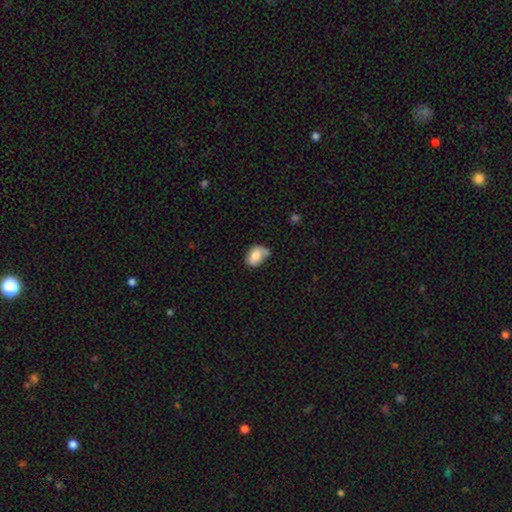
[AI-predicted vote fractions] Q: Smooth or featured?
A: smooth (78%); runner-up: featured or disk (15%)
Q: How rounded?
A: in between (80%); runner-up: round (19%)
Q: Merging?
A: none (43%); runner-up: minor disturbance (38%)